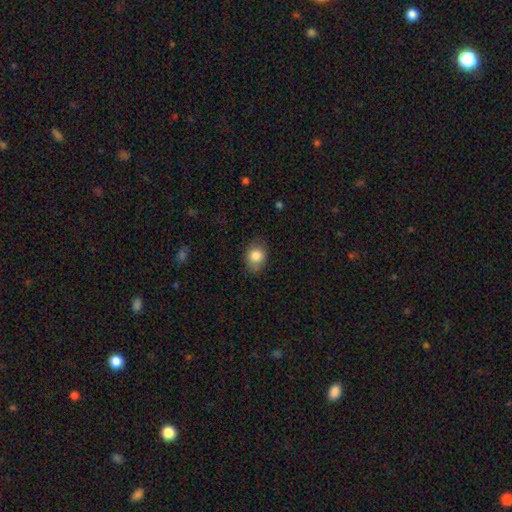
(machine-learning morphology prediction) This appears to be a smooth galaxy with no disk features (83%) that is in between round and cigar-shaped (51%). Merging: none (76%).